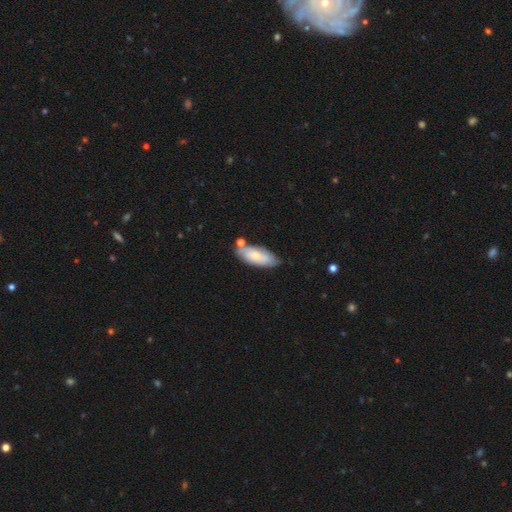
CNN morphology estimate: The model was most divided on "merging": none: 64%, minor disturbance: 21%, merger: 10%, major disturbance: 4%. More confident: how rounded — in between (83%); smooth or featured — smooth (69%).